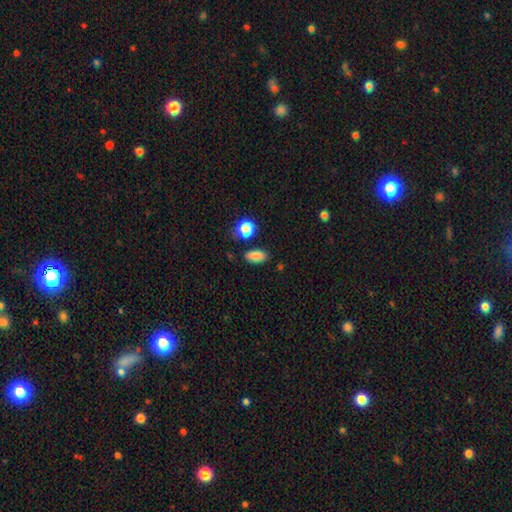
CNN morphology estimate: This is clearly a smooth galaxy (87%). How rounded: clearly in between (87%). Merging: clearly none (82%).